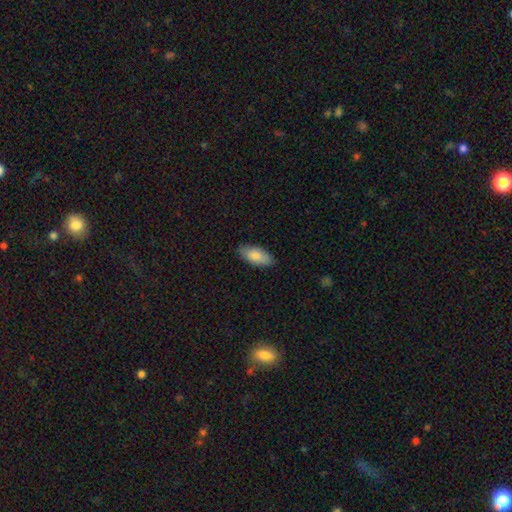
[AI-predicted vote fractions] smooth-or-featured: smooth: 84% | featured or disk: 11% | star or artifact: 6%
  how-rounded: in between: 89% | cigar-shaped: 9% | round: 2%
  merging: none: 84% | minor disturbance: 13% | major disturbance: 2% | merger: 1%